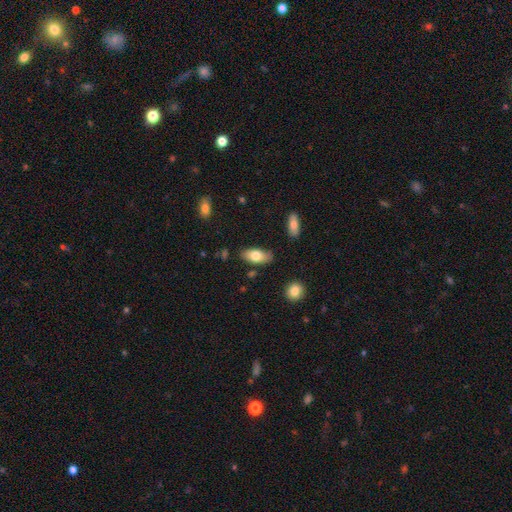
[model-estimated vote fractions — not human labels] smooth_or_featured: smooth (p=0.75) [alt: featured or disk p=0.18]
how_rounded: in between (p=0.89) [alt: cigar-shaped p=0.08]
merging: none (p=0.79) [alt: minor disturbance p=0.15]